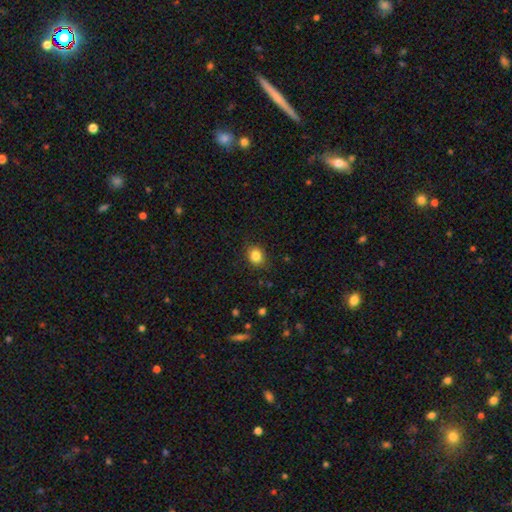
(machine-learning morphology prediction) Smooth or featured? smooth (85%)
How rounded? round (53%)
Merging? none (85%)